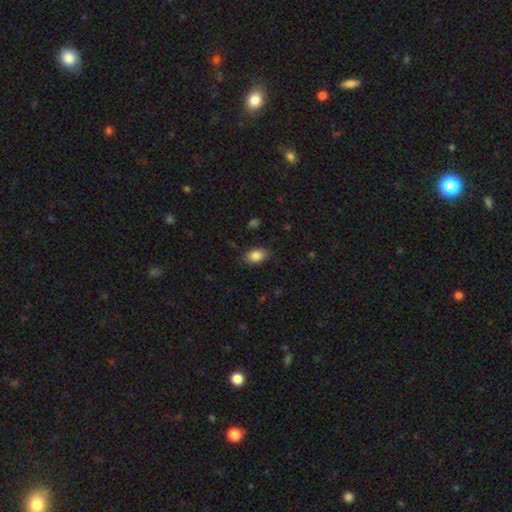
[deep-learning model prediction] Smooth or featured?
  - smooth: 85% *
  - star or artifact: 8%
  - featured or disk: 7%
How rounded?
  - in between: 87% *
  - round: 12%
  - cigar-shaped: 1%
Merging?
  - none: 84% *
  - minor disturbance: 12%
  - major disturbance: 3%
  - merger: 1%